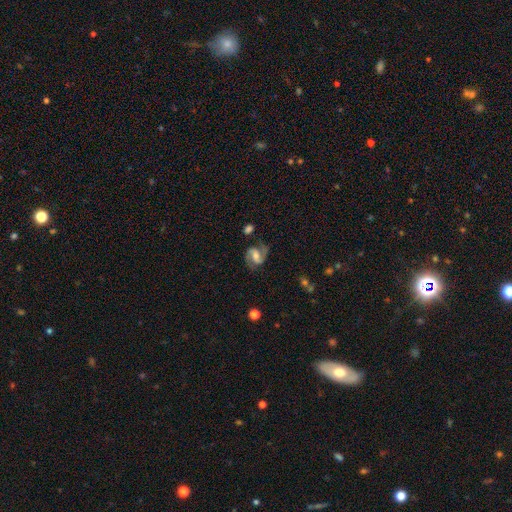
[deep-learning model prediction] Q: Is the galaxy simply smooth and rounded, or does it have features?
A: featured or disk — 86%.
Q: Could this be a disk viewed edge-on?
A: no — 98%.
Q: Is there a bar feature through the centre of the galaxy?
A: weak — 46%.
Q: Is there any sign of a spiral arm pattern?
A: yes — 97%.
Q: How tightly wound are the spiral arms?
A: medium — 56%.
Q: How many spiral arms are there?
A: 2 — 92%.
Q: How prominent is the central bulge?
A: moderate — 58%.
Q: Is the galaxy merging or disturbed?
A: none — 76%.